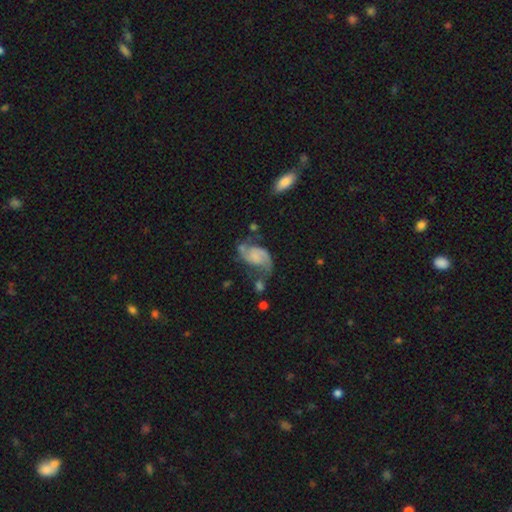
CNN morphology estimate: featured or disk 78%, smooth 15%, star or artifact 7%. Down the decision tree: edge-on disk — no (98%); bar — no (60%); spiral arms — yes (93%); spiral arm count — 2 (86%); spiral winding — medium (44%); bulge size — small (38%, tied with none); merging — none (41%).